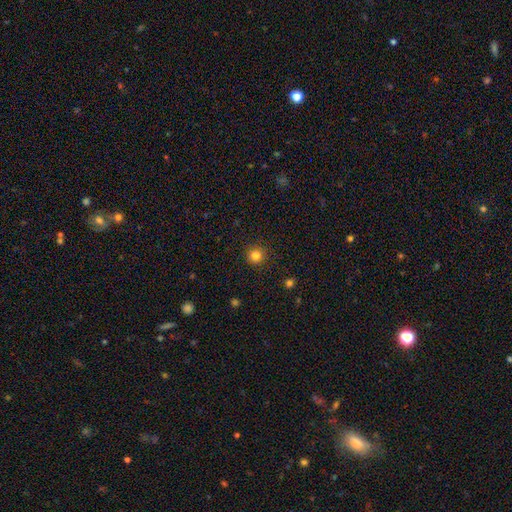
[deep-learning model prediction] Morphology: type=smooth (83%); roundness=round (94%); merging=none (91%).